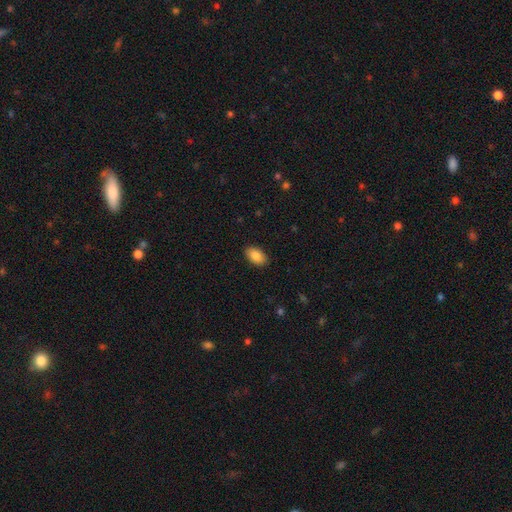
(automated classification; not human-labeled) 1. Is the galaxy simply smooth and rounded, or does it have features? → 86% smooth, 7% star or artifact, 7% featured or disk.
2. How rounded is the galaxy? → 93% in between, 6% round, 1% cigar-shaped.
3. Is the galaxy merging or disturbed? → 89% none, 8% minor disturbance, 2% major disturbance, 1% merger.